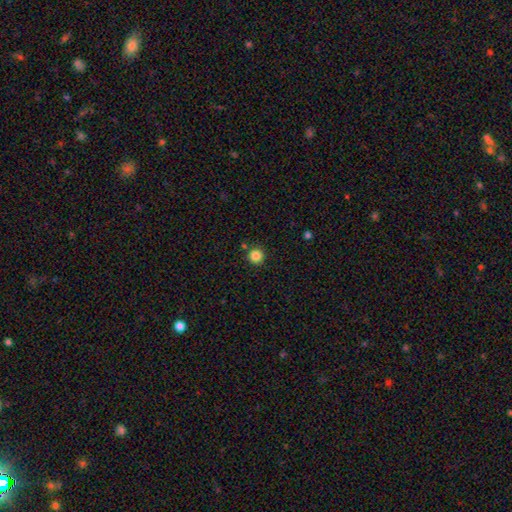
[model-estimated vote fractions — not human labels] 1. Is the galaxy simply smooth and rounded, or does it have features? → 85% smooth, 12% star or artifact, 4% featured or disk.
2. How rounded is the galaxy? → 95% round, 4% in between, 1% cigar-shaped.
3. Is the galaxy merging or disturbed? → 87% none, 7% minor disturbance, 4% merger, 2% major disturbance.